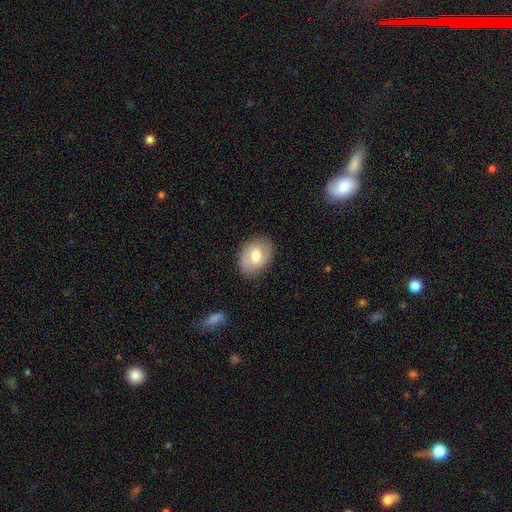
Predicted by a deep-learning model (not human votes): smooth 57%, featured or disk 36%, star or artifact 7%. Down the decision tree: how rounded — in between (73%); merging — none (82%).